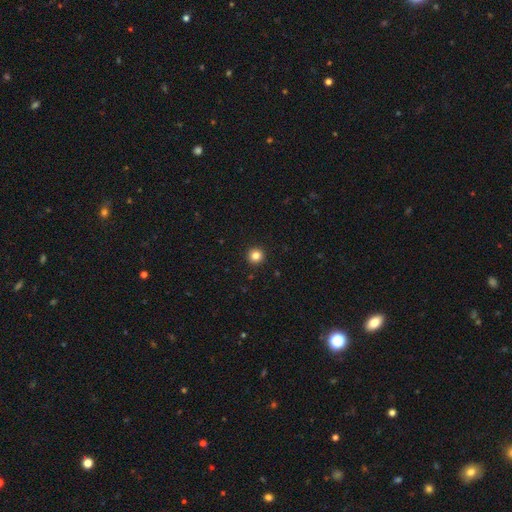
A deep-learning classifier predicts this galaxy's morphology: Smooth or featured?
  - smooth: 83% *
  - star or artifact: 12%
  - featured or disk: 5%
How rounded?
  - round: 96% *
  - in between: 3%
  - cigar-shaped: 1%
Merging?
  - none: 94% *
  - minor disturbance: 4%
  - major disturbance: 1%
  - merger: 1%